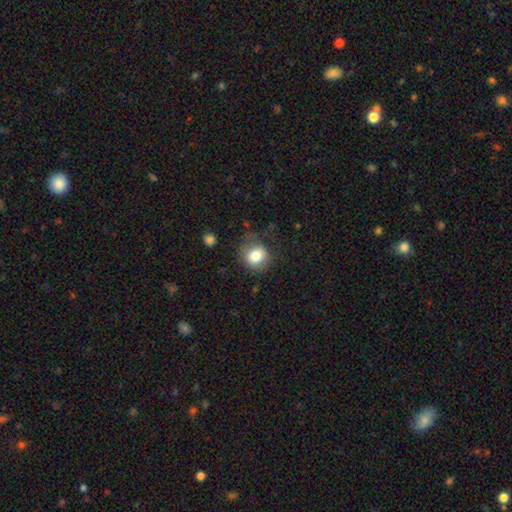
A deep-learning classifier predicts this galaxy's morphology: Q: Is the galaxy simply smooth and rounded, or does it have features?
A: smooth — 81%.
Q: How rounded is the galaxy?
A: round — 75%.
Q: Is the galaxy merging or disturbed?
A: none — 65%.